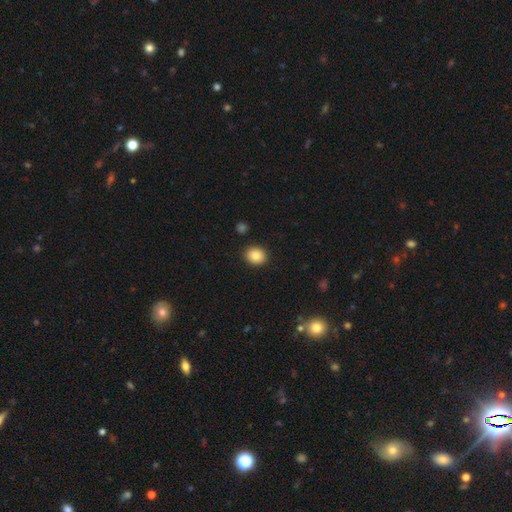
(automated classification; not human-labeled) Smooth or featured?
  - smooth: 87% *
  - star or artifact: 8%
  - featured or disk: 5%
How rounded?
  - round: 52% *
  - in between: 47%
  - cigar-shaped: 1%
Merging?
  - none: 90% *
  - minor disturbance: 7%
  - major disturbance: 2%
  - merger: 2%